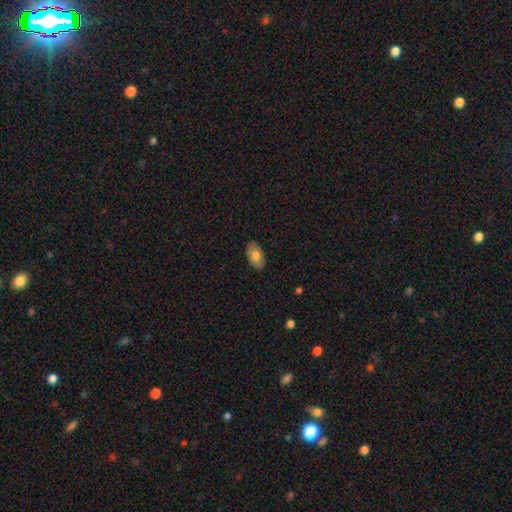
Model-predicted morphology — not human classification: A smooth galaxy with no disk features (78%) that is in between round and cigar-shaped (94%). Merging: none (87%).